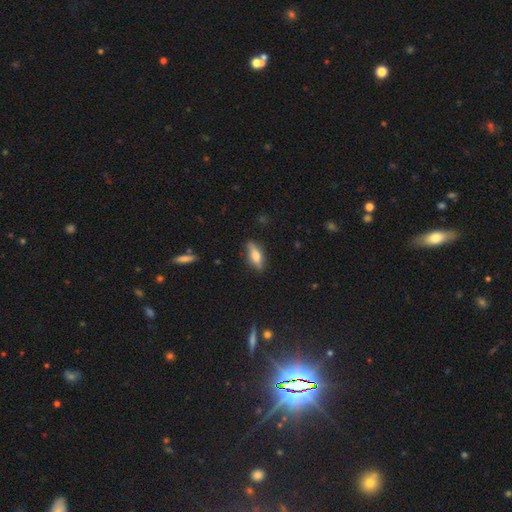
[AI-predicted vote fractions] Overall: smooth (55%; featured or disk 38%). How rounded: in between (57%; cigar-shaped 40%). Merging: none (82%).